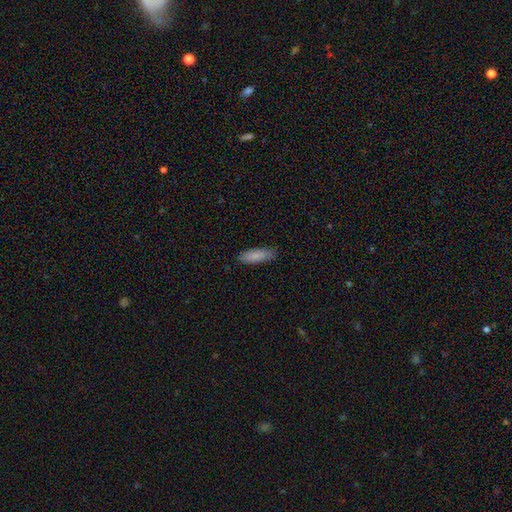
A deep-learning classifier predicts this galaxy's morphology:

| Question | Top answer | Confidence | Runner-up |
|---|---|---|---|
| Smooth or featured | smooth | 84% | featured or disk (10%) |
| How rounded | in between | 54% | cigar-shaped (45%) |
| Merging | none | 84% | minor disturbance (13%) |